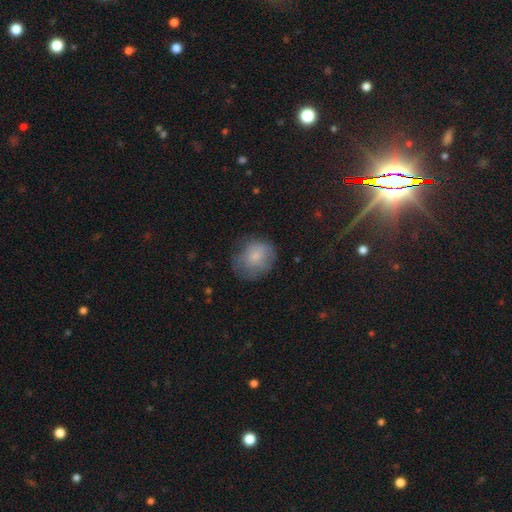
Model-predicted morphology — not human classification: A smooth galaxy with no disk features (75%) that is round (68%).

Vote fractions:
- Smooth or featured? smooth: 75% / featured or disk: 17% / star or artifact: 9%
- How rounded? round: 68% / in between: 31% / cigar-shaped: 1%
- Merging? none: 60% / minor disturbance: 26% / major disturbance: 13% / merger: 1%